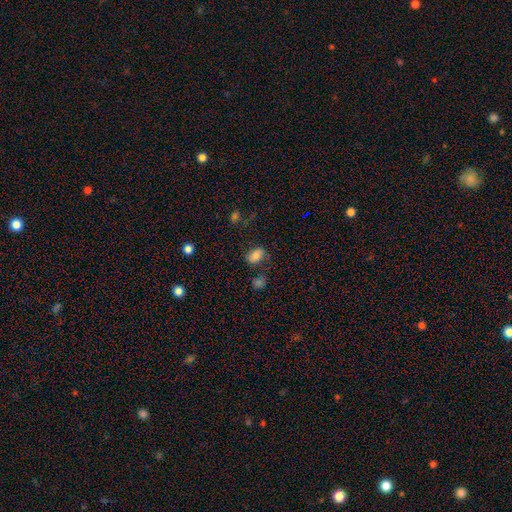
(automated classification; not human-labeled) The model was most divided on "merging": none: 66%, minor disturbance: 19%, major disturbance: 8%, merger: 7%. More confident: how rounded — in between (83%); smooth or featured — smooth (76%).